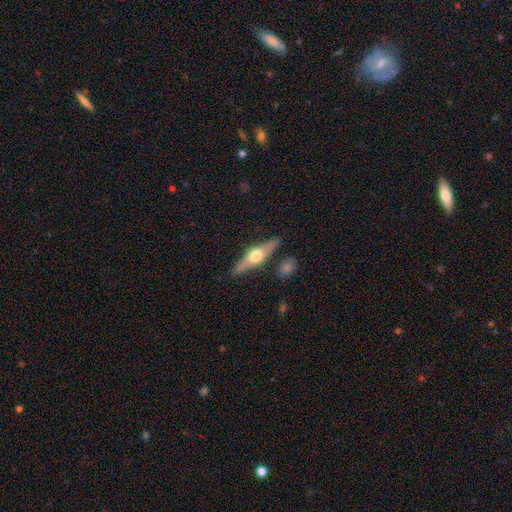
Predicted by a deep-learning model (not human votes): featured or disk 61%, smooth 34%, star or artifact 5%. Down the decision tree: edge-on disk — yes (93%); edge-on bulge — rounded (95%); merging — none (85%).